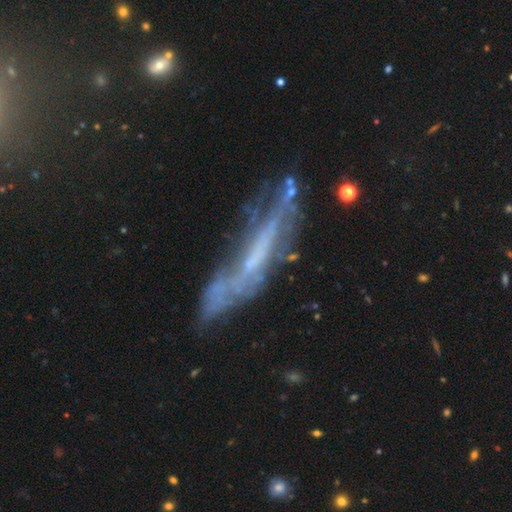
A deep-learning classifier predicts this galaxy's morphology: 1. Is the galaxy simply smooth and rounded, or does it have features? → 66% featured or disk, 21% smooth, 13% star or artifact.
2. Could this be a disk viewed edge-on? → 53% yes, 47% no.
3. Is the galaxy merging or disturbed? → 44% none, 24% minor disturbance, 23% major disturbance, 9% merger.